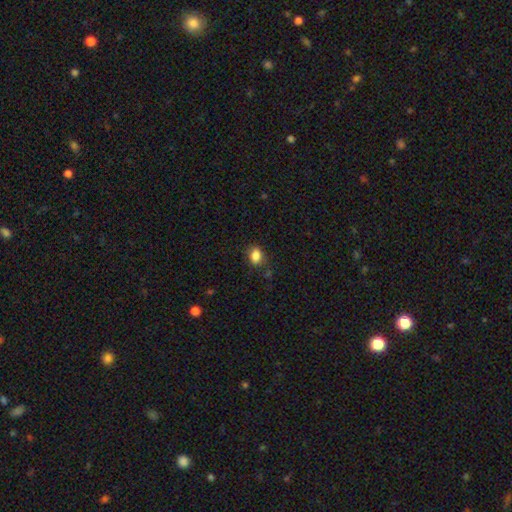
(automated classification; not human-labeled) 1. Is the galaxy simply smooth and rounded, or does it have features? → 85% smooth, 10% star or artifact, 5% featured or disk.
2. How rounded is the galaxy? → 71% in between, 28% round, 1% cigar-shaped.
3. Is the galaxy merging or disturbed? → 80% none, 14% minor disturbance, 4% major disturbance, 2% merger.